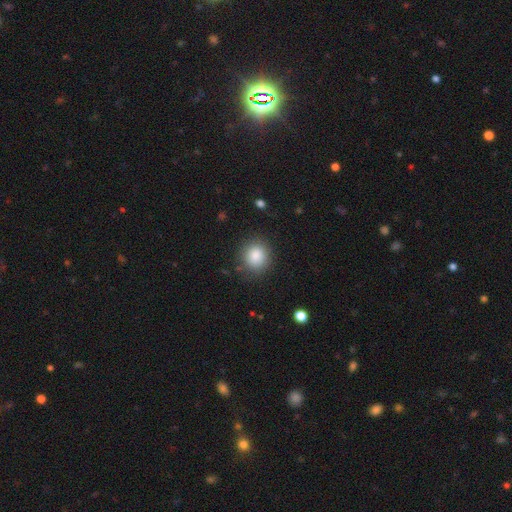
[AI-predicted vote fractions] Morphology: type=smooth (86%); roundness=round (85%); merging=none (86%).